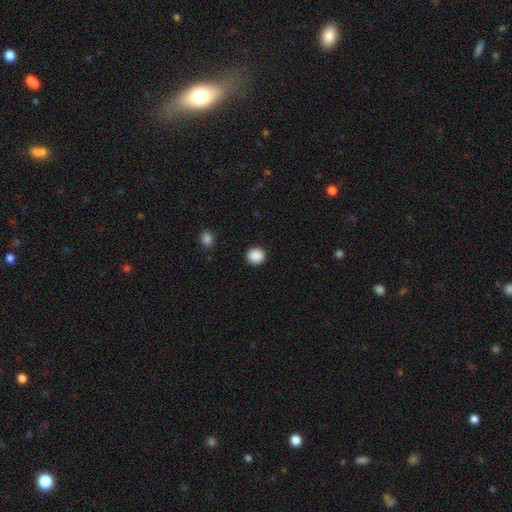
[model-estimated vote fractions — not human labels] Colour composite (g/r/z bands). It shows a smooth galaxy with no disk features (89%) that is round (89%). Merging: none (92%).